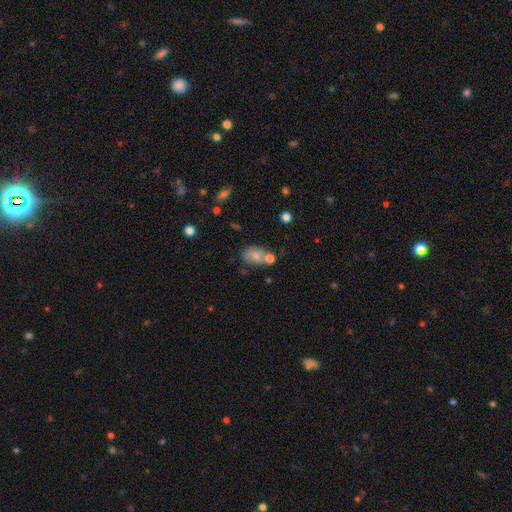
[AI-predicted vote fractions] smooth 76%, featured or disk 14%, star or artifact 10%. Down the decision tree: how rounded — in between (80%); merging — none (47%).